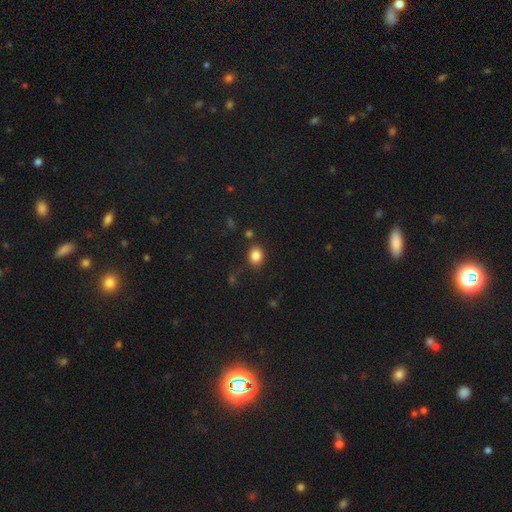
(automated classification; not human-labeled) smooth-or-featured: smooth: 84% | star or artifact: 10% | featured or disk: 5%
  how-rounded: round: 52% | in between: 47% | cigar-shaped: 1%
  merging: none: 83% | minor disturbance: 10% | merger: 4% | major disturbance: 3%